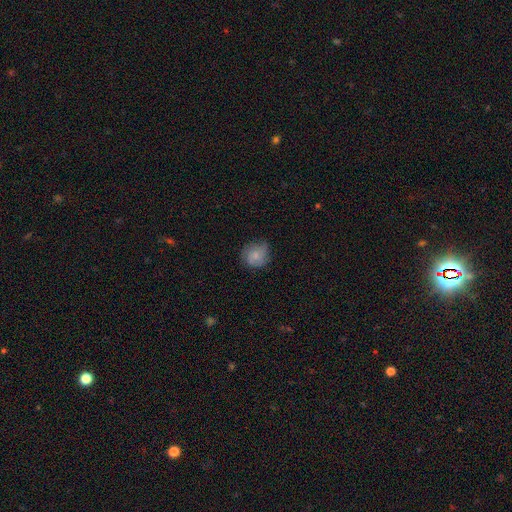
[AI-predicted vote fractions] Smooth or featured? smooth (74%)
How rounded? round (81%)
Merging? none (64%)